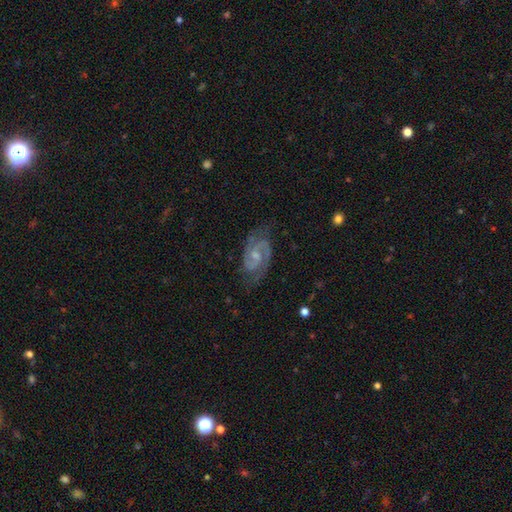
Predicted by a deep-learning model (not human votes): A featured or disk galaxy (90%) with no bar (46%), 2 (92%) medium (51%) spiral arms (98%) and a small central bulge (50%). Merging: none (78%).